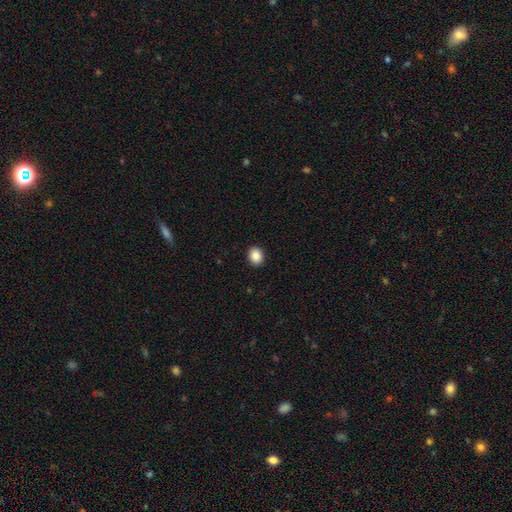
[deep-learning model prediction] smooth-or-featured: smooth: 88% | star or artifact: 9% | featured or disk: 4%
  how-rounded: round: 55% | in between: 45% | cigar-shaped: 1%
  merging: none: 92% | minor disturbance: 5% | major disturbance: 2% | merger: 1%